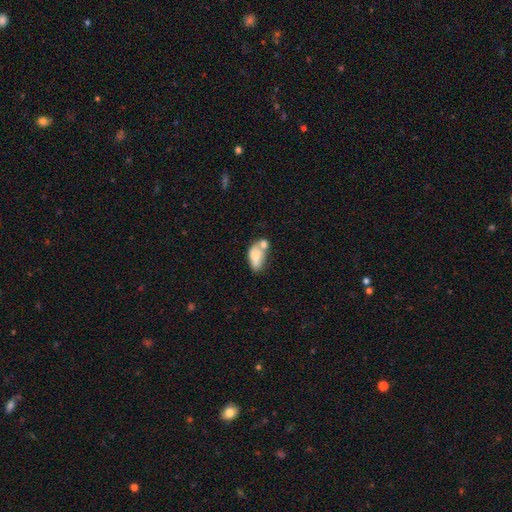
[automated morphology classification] Smooth or featured: smooth — 70% (featured or disk — 22%)
How rounded: in between — 90% (round — 6%)
Merging: merger — 51% (none — 23%)